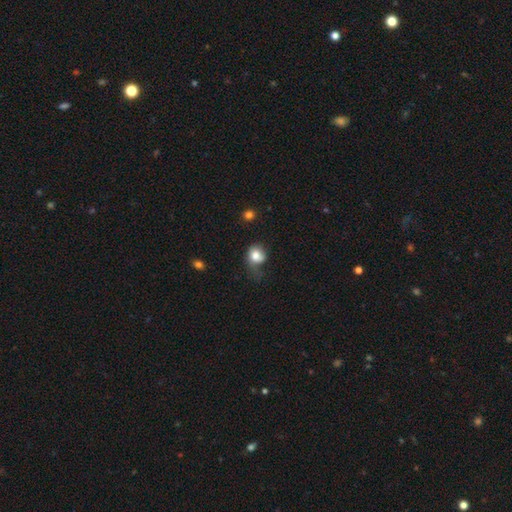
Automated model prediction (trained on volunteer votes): Smooth or featured? Predicted: smooth (p=0.78). How rounded? Predicted: round (p=0.64). Merging? Predicted: minor disturbance (p=0.33).